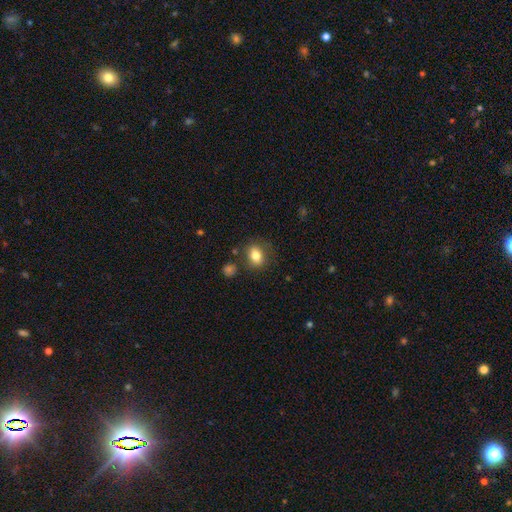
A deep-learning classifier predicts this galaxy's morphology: A smooth galaxy with no disk features (80%) that is in between round and cigar-shaped (63%).

Vote fractions:
- Smooth or featured? smooth: 80% / featured or disk: 11% / star or artifact: 9%
- How rounded? in between: 63% / round: 36% / cigar-shaped: 1%
- Merging? none: 77% / minor disturbance: 14% / major disturbance: 5% / merger: 4%